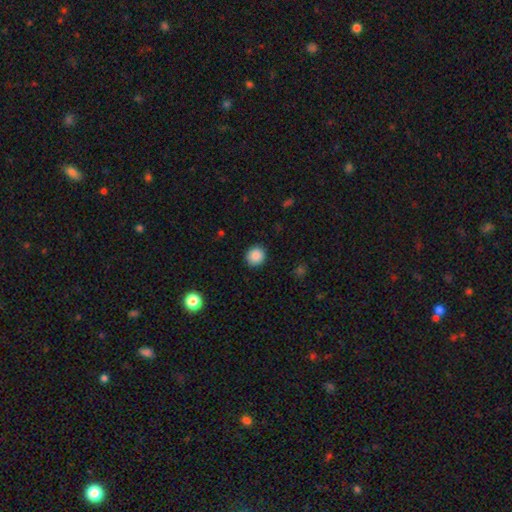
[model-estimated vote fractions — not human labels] Morphology: type=smooth (88%); roundness=round (90%); merging=none (90%).